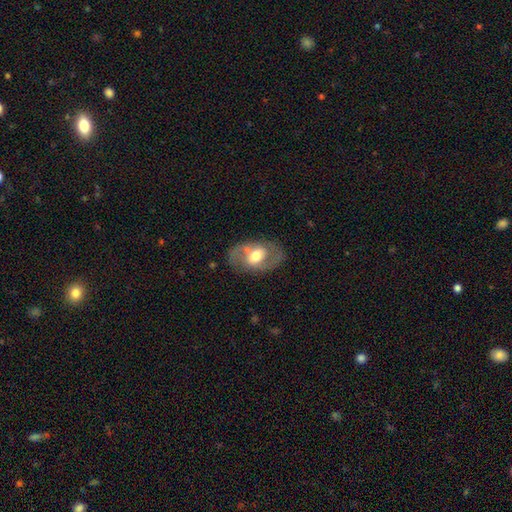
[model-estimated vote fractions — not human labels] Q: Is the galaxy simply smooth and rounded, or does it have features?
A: featured or disk — 66%.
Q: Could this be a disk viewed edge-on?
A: no — 94%.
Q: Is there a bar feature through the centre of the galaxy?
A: no — 43%.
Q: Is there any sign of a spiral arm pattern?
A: yes — 69%.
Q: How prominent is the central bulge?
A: moderate — 64%.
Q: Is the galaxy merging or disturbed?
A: none — 75%.